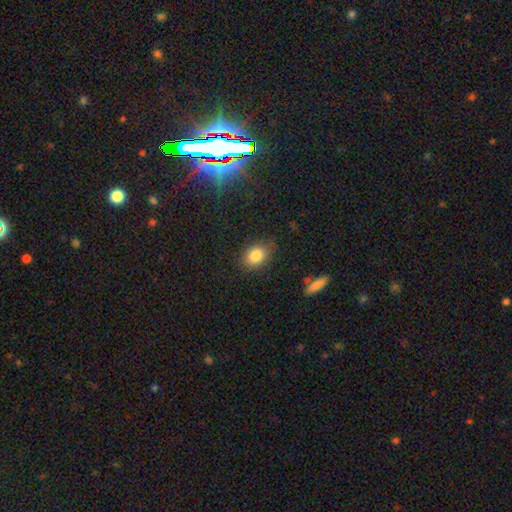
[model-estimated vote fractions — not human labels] A smooth galaxy with no disk features (83%) that is in between round and cigar-shaped (65%). Merging: none (81%).